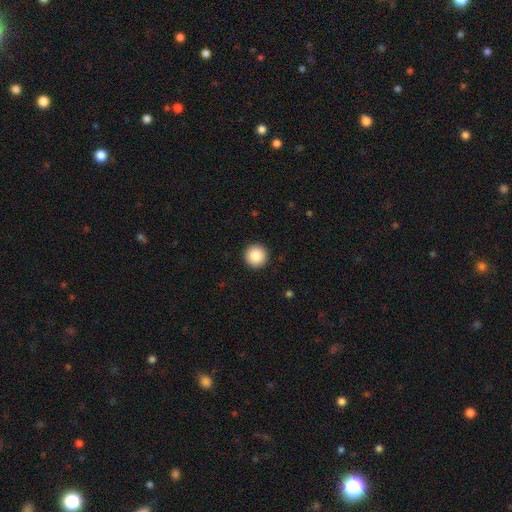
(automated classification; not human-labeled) A smooth galaxy with no disk features (87%) that is round (97%).

Vote fractions:
- Smooth or featured? smooth: 87% / star or artifact: 8% / featured or disk: 5%
- How rounded? round: 97% / in between: 2% / cigar-shaped: 1%
- Merging? none: 93% / minor disturbance: 4% / major disturbance: 1% / merger: 1%